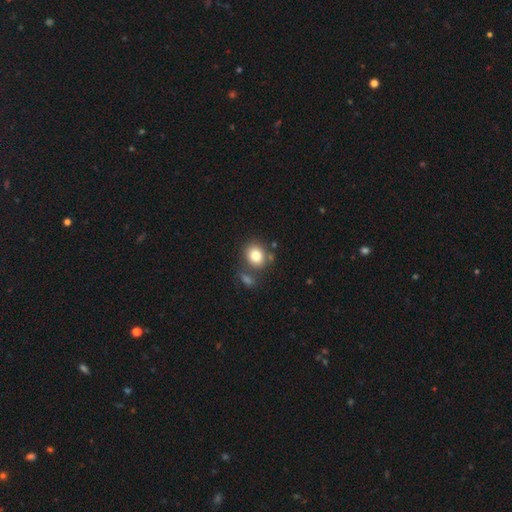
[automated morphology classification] This appears to be a smooth galaxy with no disk features (80%) that is round (69%). Merging: none (67%).